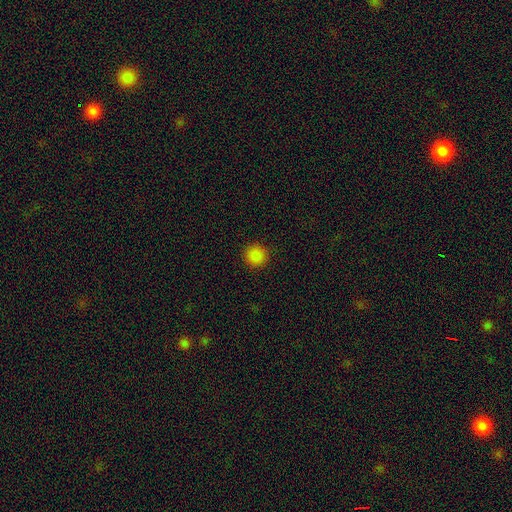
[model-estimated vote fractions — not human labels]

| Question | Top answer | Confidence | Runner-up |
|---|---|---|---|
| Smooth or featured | smooth | 86% | star or artifact (11%) |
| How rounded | round | 94% | in between (5%) |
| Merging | none | 92% | minor disturbance (5%) |